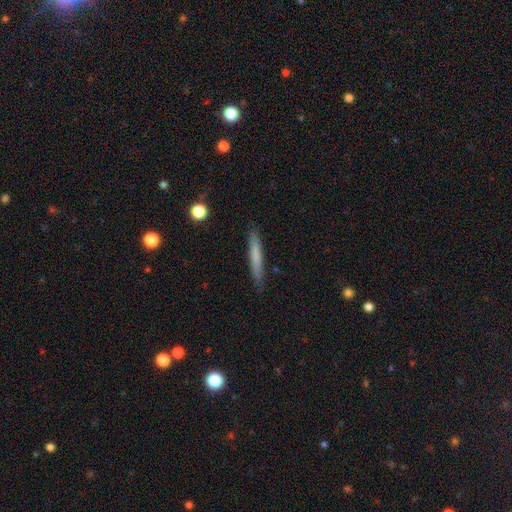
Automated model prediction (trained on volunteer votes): This is likely a smooth galaxy (70%). How rounded: clearly cigar-shaped (95%). Merging: clearly none (88%).